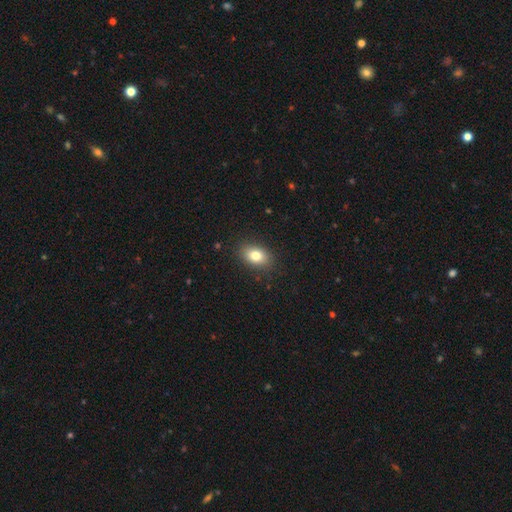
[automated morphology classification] The model was most divided on "how rounded": in between: 81%, round: 18%, cigar-shaped: 2%. More confident: merging — none (86%); smooth or featured — smooth (79%).